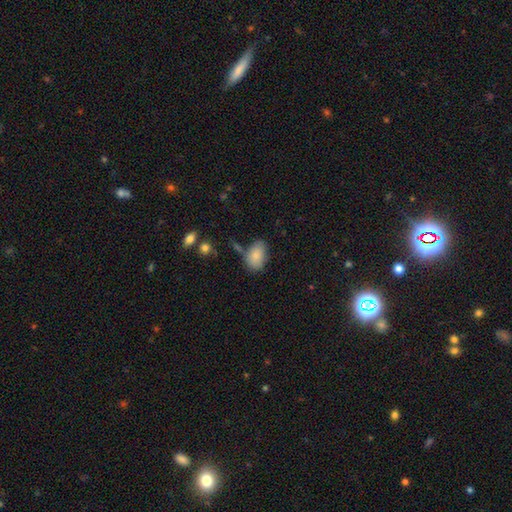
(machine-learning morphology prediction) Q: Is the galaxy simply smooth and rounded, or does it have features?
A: smooth — 86%.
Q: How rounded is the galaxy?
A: in between — 89%.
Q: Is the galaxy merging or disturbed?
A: none — 64%.